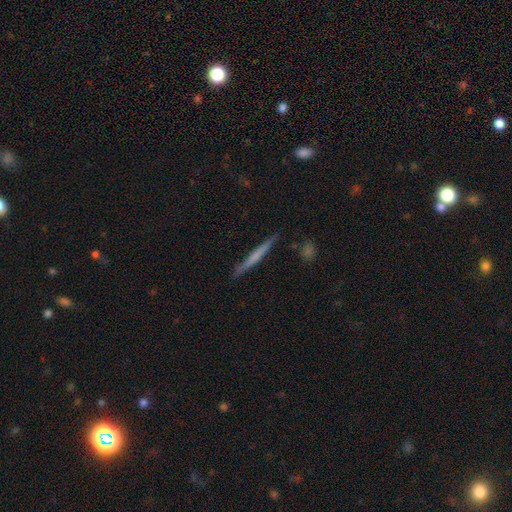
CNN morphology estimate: Overall: smooth (49%; featured or disk 45%). Merging: none (86%).